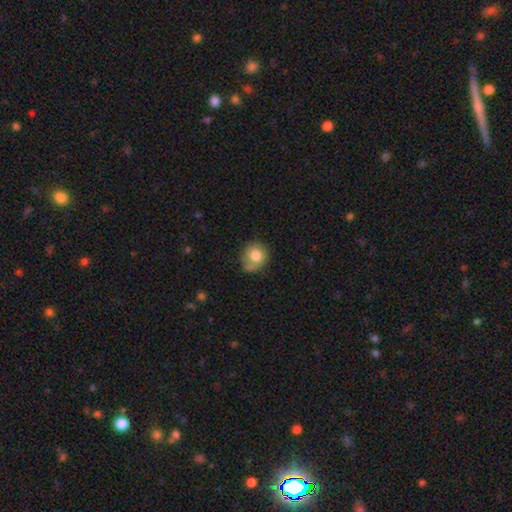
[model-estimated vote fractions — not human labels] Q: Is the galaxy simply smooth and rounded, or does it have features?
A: smooth — 78%.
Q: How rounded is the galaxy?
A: round — 82%.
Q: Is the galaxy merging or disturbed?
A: none — 58%.